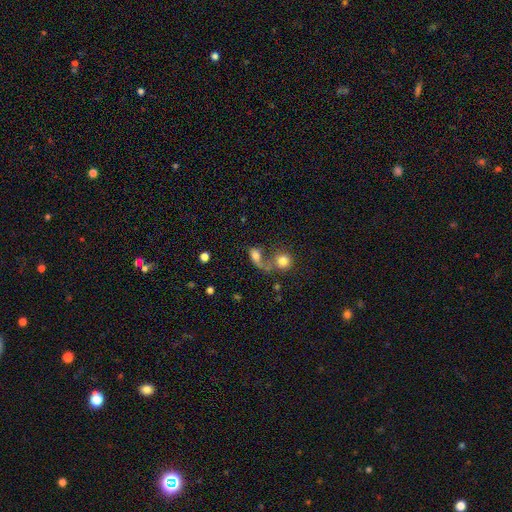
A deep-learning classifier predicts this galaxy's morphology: Smooth or featured? smooth (65%)
How rounded? in between (62%)
Merging? merger (46%)